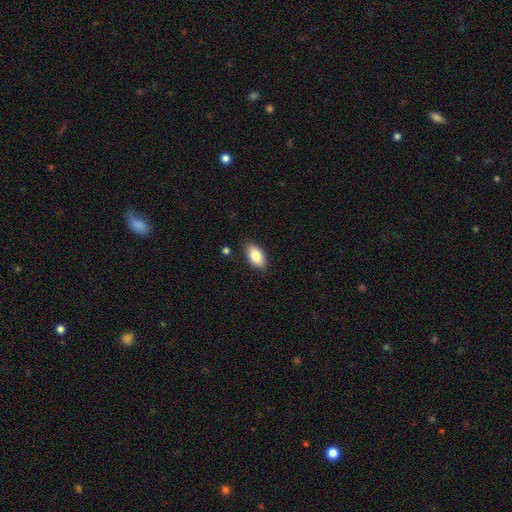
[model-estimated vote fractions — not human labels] Overall: smooth (85%). How rounded: in between (93%). Merging: none (86%).